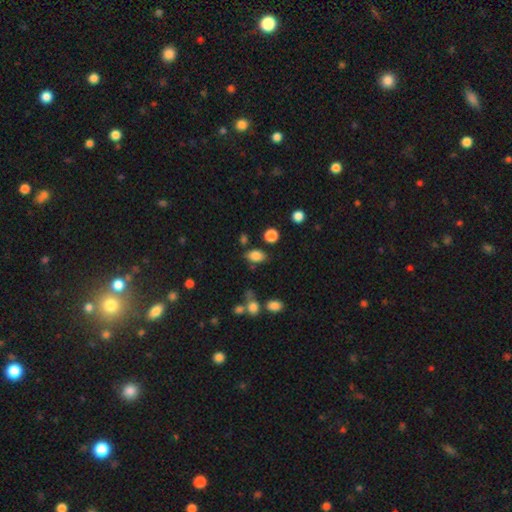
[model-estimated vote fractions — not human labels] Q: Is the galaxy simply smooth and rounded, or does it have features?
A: smooth — 84%.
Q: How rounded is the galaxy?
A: in between — 84%.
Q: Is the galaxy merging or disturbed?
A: none — 75%.